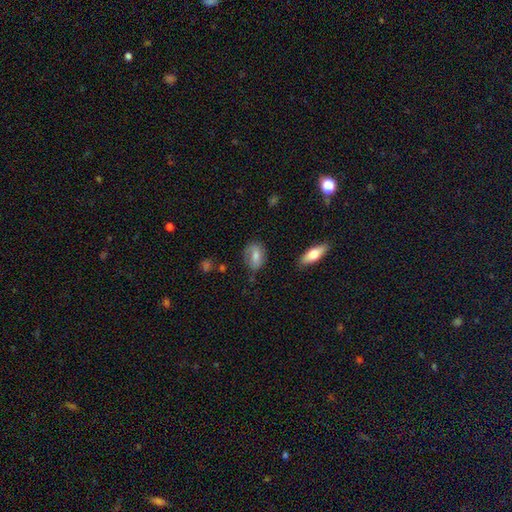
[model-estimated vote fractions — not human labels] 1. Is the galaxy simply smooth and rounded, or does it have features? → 48% smooth, 43% featured or disk, 10% star or artifact.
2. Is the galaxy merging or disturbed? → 68% none, 22% minor disturbance, 8% major disturbance, 2% merger.